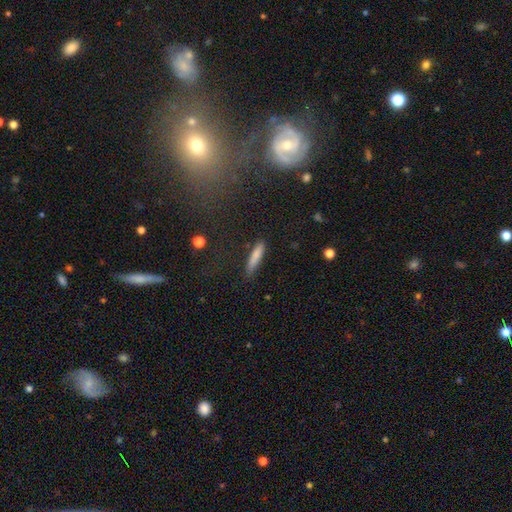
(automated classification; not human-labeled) A smooth galaxy with no disk features (82%) that is cigar-shaped (84%). Merging: none (82%).